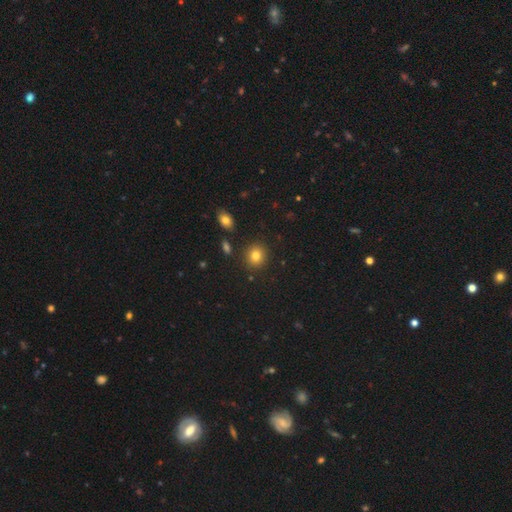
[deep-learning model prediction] The model was most divided on "how rounded": round: 84%, in between: 15%, cigar-shaped: 1%. More confident: merging — none (88%); smooth or featured — smooth (82%).